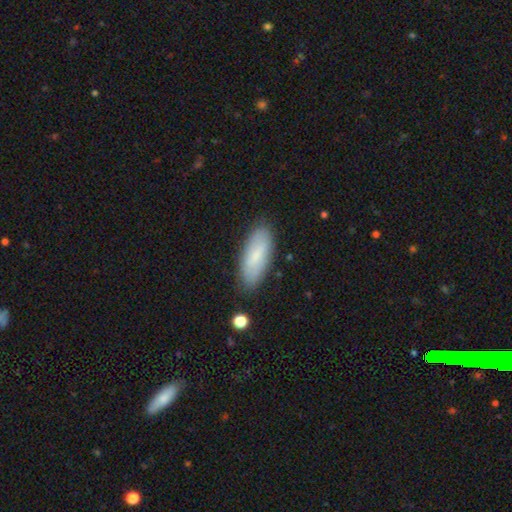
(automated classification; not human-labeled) smooth-or-featured: smooth: 75% | featured or disk: 18% | star or artifact: 7%
  how-rounded: in between: 72% | cigar-shaped: 26% | round: 2%
  merging: none: 84% | minor disturbance: 12% | major disturbance: 2% | merger: 2%